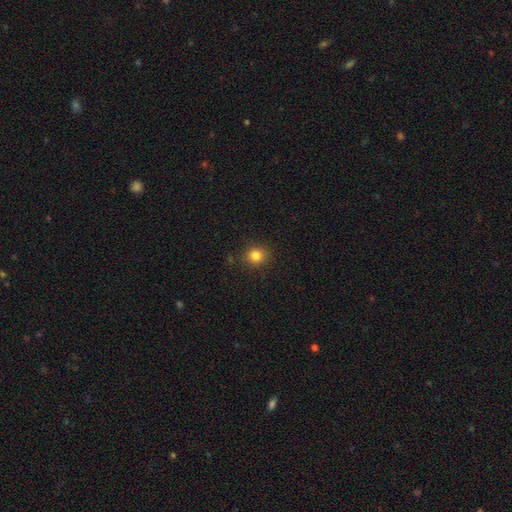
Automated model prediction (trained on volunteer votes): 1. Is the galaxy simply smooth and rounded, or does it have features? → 82% smooth, 13% star or artifact, 5% featured or disk.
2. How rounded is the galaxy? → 88% round, 11% in between, 1% cigar-shaped.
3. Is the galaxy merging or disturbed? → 89% none, 7% minor disturbance, 2% major disturbance, 2% merger.